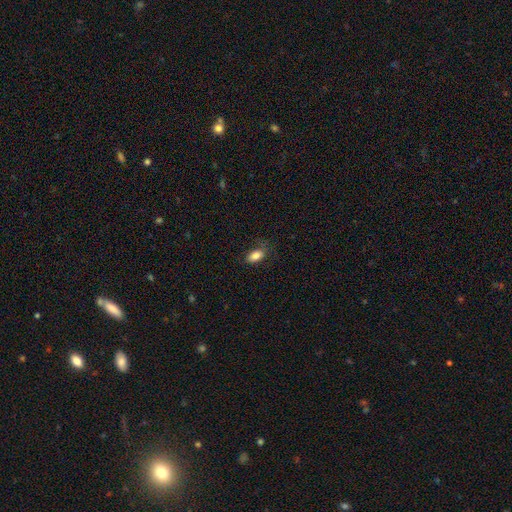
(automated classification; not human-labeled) smooth_or_featured: smooth (p=0.84) [alt: star or artifact p=0.08]
how_rounded: in between (p=0.90) [alt: round p=0.06]
merging: none (p=0.73) [alt: minor disturbance p=0.20]